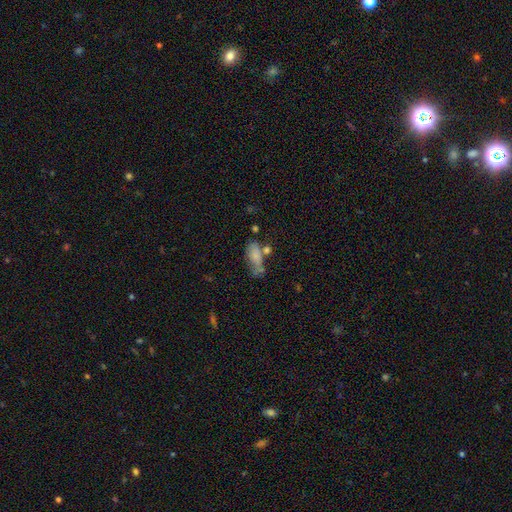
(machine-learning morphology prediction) Overall: smooth (73%). How rounded: in between (82%). Merging: none (37%; merger 24%).